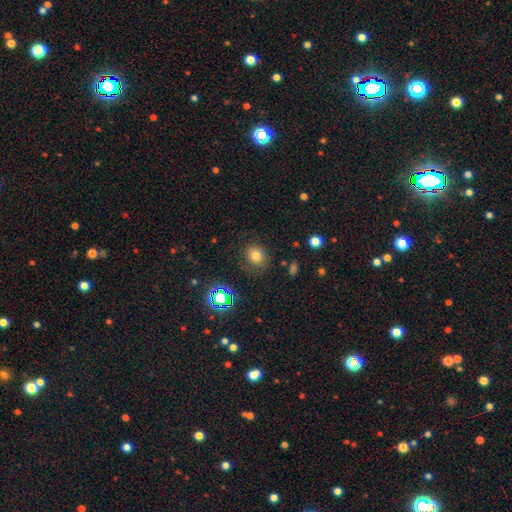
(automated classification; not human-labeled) Smooth or featured? smooth (72%)
How rounded? round (76%)
Merging? none (79%)